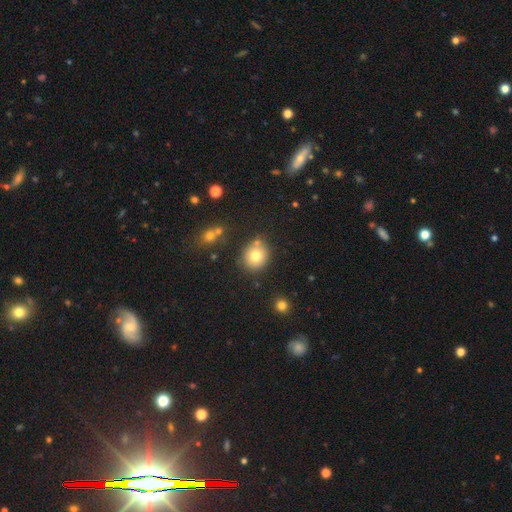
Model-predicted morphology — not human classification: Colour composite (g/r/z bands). It shows a smooth galaxy with no disk features (76%) that is round (77%). Merging: none (77%).